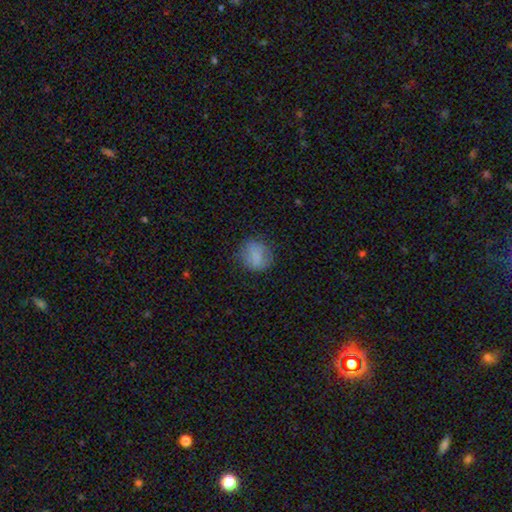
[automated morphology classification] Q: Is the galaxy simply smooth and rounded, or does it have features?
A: smooth — 79%.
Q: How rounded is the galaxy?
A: round — 71%.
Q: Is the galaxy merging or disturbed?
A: none — 76%.